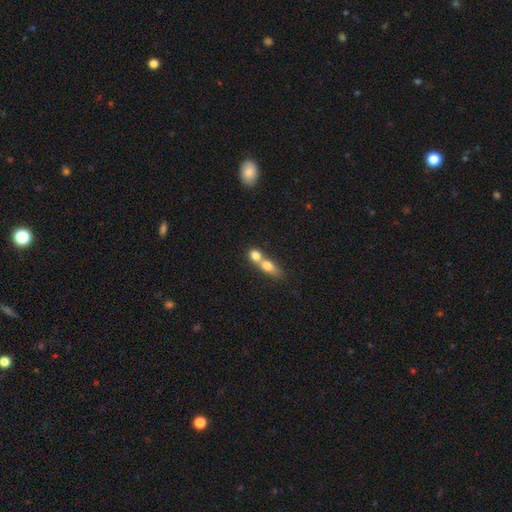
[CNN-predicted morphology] Q: Smooth or featured?
A: smooth (71%); runner-up: featured or disk (20%)
Q: How rounded?
A: round (47%); runner-up: in between (43%)
Q: Merging?
A: merger (74%); runner-up: none (18%)